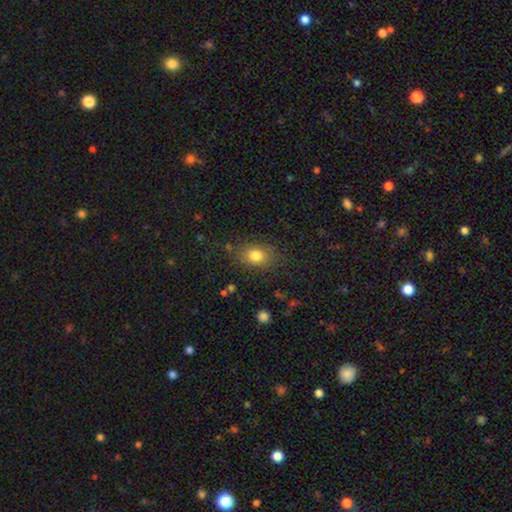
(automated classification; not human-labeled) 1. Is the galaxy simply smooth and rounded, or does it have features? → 79% smooth, 11% star or artifact, 9% featured or disk.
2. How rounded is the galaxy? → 62% in between, 36% round, 1% cigar-shaped.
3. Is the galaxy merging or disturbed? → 79% none, 14% minor disturbance, 5% major disturbance, 2% merger.